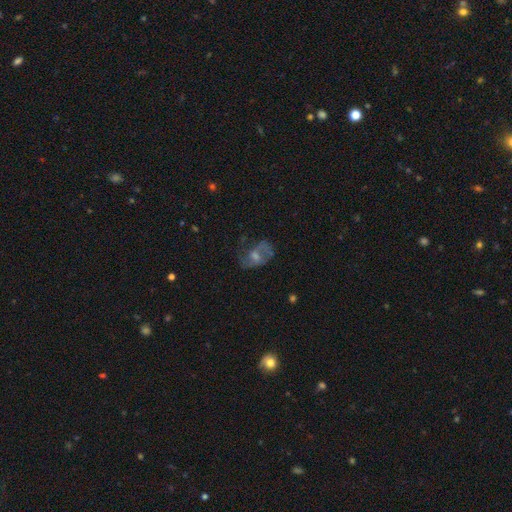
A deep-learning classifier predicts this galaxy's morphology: smooth_or_featured: featured or disk (p=0.65) [alt: smooth p=0.20]
disk_edge_on: no (p=0.96) [alt: yes p=0.04]
bar: no (p=0.56) [alt: weak p=0.36]
has_spiral_arms: yes (p=0.79) [alt: no p=0.21]
bulge_size: moderate (p=0.51) [alt: small p=0.35]
merging: none (p=0.61) [alt: minor disturbance p=0.20]